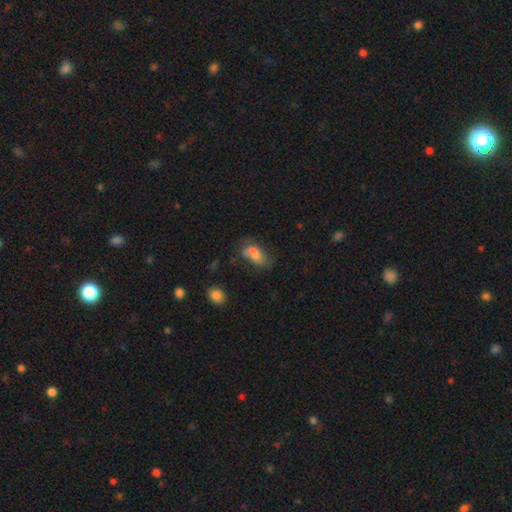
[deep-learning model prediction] smooth-or-featured: smooth: 62% | featured or disk: 26% | star or artifact: 12%
  how-rounded: in between: 86% | cigar-shaped: 8% | round: 6%
  merging: none: 42% | minor disturbance: 24% | merger: 18% | major disturbance: 16%